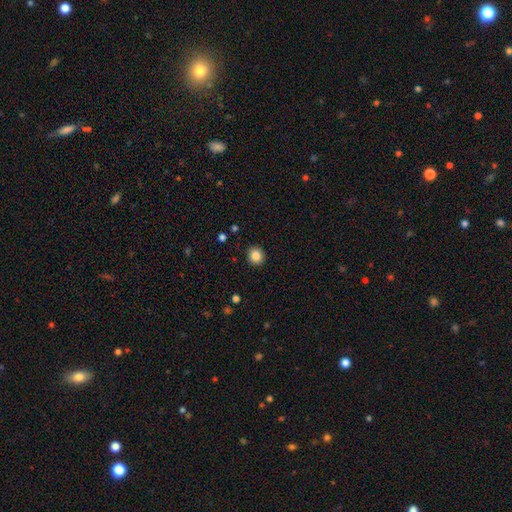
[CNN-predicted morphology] This appears to be a smooth galaxy with no disk features (86%) that is round (83%). Merging: none (92%).